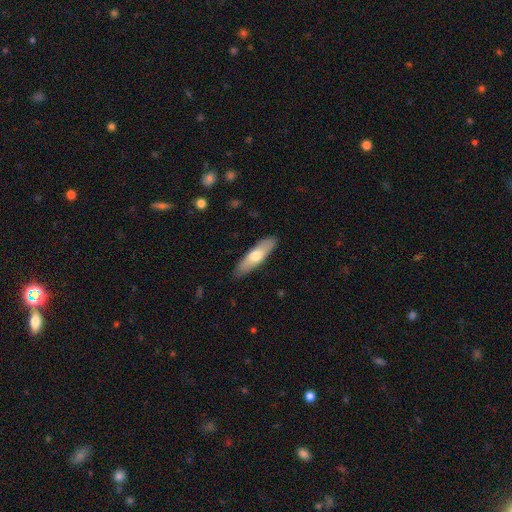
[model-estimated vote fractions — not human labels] Overall: smooth (63%; featured or disk 32%). How rounded: cigar-shaped (55%; in between 43%). Merging: none (86%).